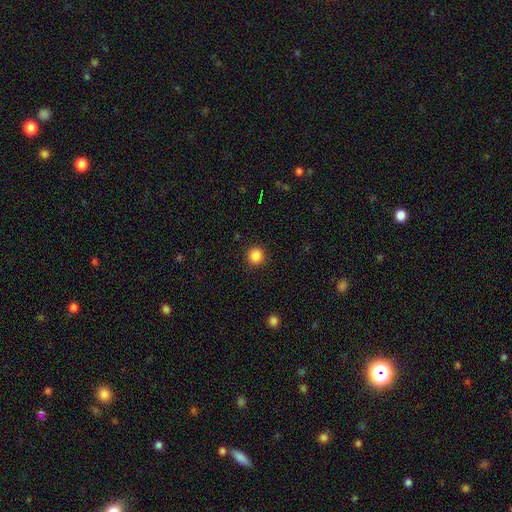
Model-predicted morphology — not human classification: A smooth galaxy with no disk features (86%) that is round (94%).

Vote fractions:
- Smooth or featured? smooth: 86% / star or artifact: 11% / featured or disk: 3%
- How rounded? round: 94% / in between: 5% / cigar-shaped: 1%
- Merging? none: 91% / minor disturbance: 6% / major disturbance: 2% / merger: 1%